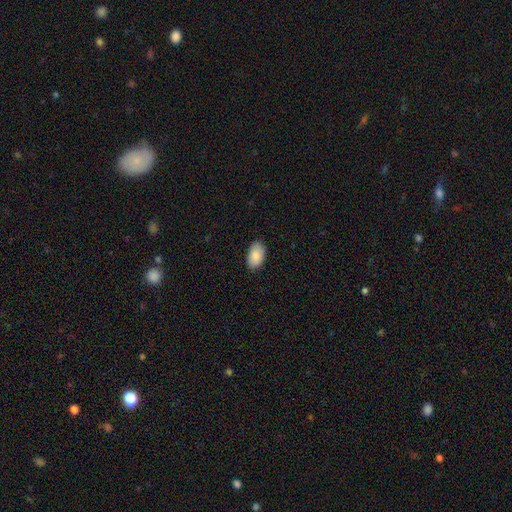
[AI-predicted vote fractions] smooth 86%, featured or disk 7%, star or artifact 6%. Down the decision tree: how rounded — in between (94%); merging — none (86%).